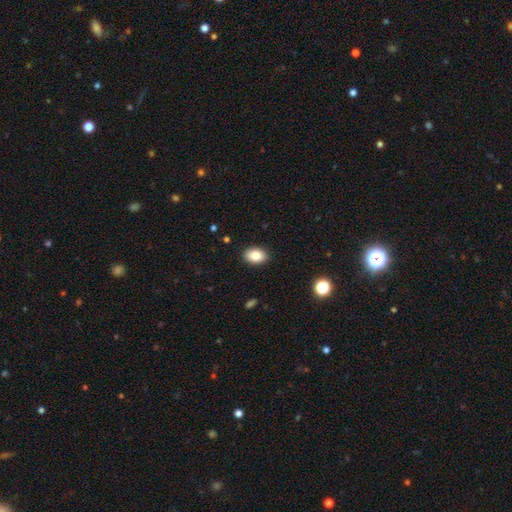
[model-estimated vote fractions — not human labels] A smooth galaxy with no disk features (83%) that is in between round and cigar-shaped (81%).

Vote fractions:
- Smooth or featured? smooth: 83% / star or artifact: 9% / featured or disk: 8%
- How rounded? in between: 81% / round: 18% / cigar-shaped: 1%
- Merging? none: 90% / minor disturbance: 7% / major disturbance: 2% / merger: 1%